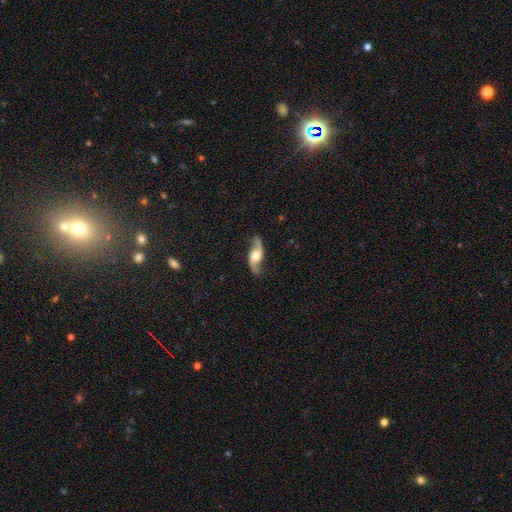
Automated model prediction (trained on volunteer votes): Smooth or featured? featured or disk (77%)
Edge-on disk? no (85%)
Bar? no (69%)
Spiral arms? yes (93%)
Spiral winding? loose (76%)
Spiral arm count? 2 (93%)
Bulge size? moderate (61%)
Merging? none (79%)